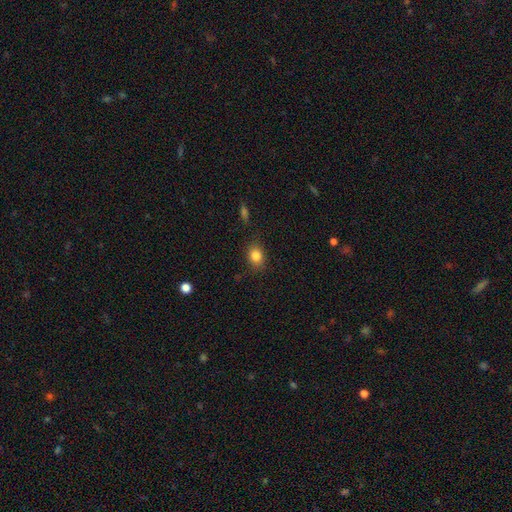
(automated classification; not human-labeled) A smooth galaxy with no disk features (83%) that is in between round and cigar-shaped (56%).

Vote fractions:
- Smooth or featured? smooth: 83% / star or artifact: 10% / featured or disk: 6%
- How rounded? in between: 56% / round: 42% / cigar-shaped: 1%
- Merging? none: 82% / minor disturbance: 13% / major disturbance: 3% / merger: 2%